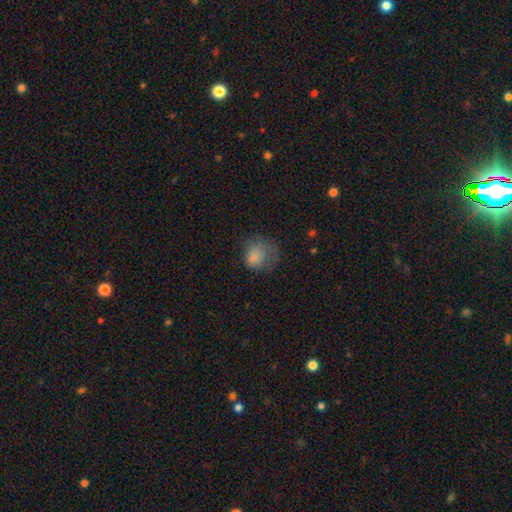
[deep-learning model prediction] Overall: smooth (78%). How rounded: round (66%; in between 33%). Merging: none (39%; major disturbance 32%).